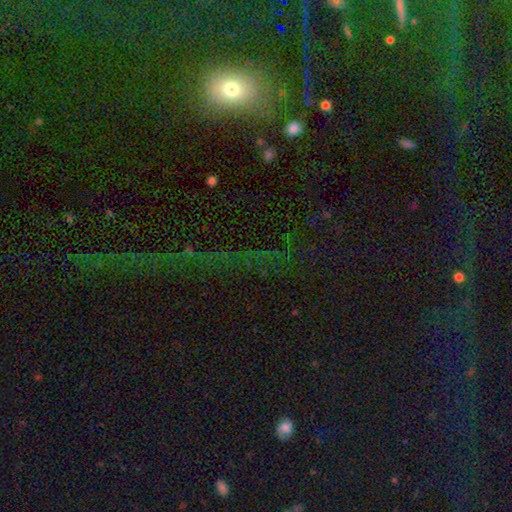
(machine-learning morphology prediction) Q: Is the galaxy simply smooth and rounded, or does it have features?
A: star or artifact — 58%.